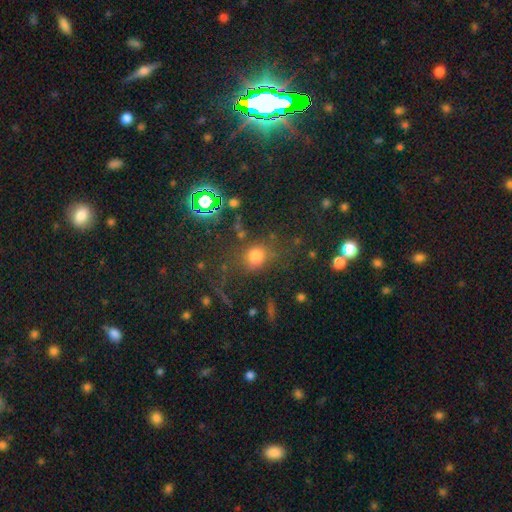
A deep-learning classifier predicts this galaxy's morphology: Smooth or featured?
  - smooth: 71% *
  - star or artifact: 20%
  - featured or disk: 9%
How rounded?
  - round: 70% *
  - in between: 28%
  - cigar-shaped: 2%
Merging?
  - none: 67% *
  - minor disturbance: 16%
  - major disturbance: 11%
  - merger: 7%